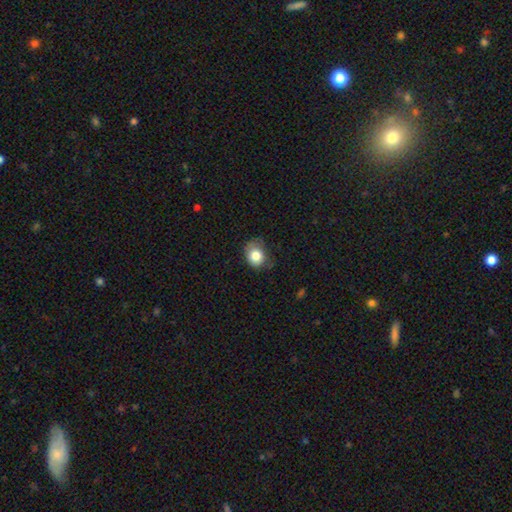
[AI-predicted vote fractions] smooth_or_featured: smooth (p=0.81) [alt: featured or disk p=0.10]
how_rounded: round (p=0.59) [alt: in between p=0.40]
merging: none (p=0.55) [alt: minor disturbance p=0.33]